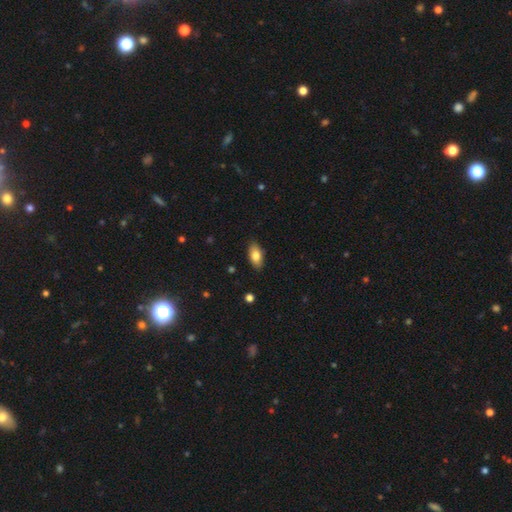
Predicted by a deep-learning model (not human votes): smooth 80%, featured or disk 13%, star or artifact 7%. Down the decision tree: how rounded — in between (91%); merging — none (87%).